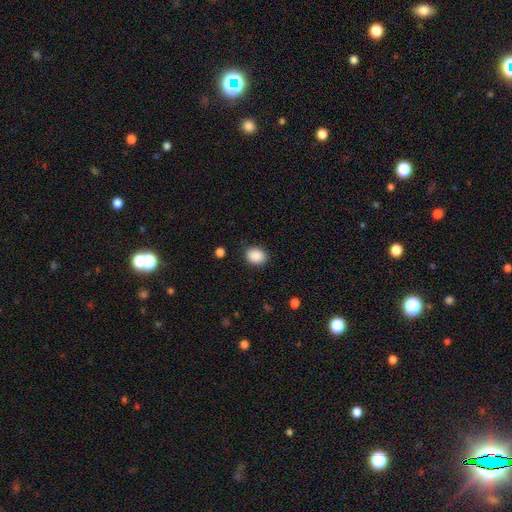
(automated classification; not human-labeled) Overall: smooth (89%). How rounded: in between (55%; round 44%). Merging: none (86%).